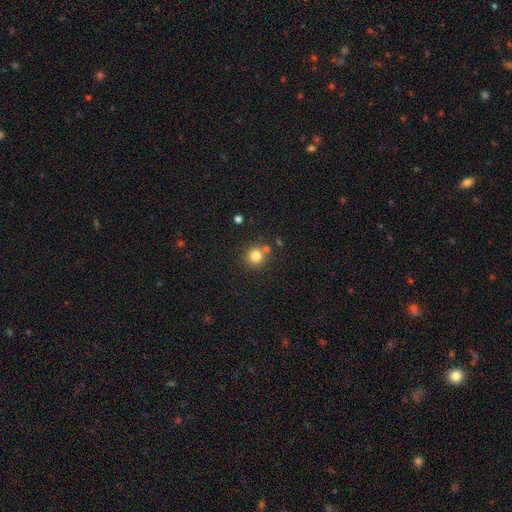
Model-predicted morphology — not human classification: smooth 80%, star or artifact 13%, featured or disk 7%. Down the decision tree: how rounded — round (93%); merging — none (77%).